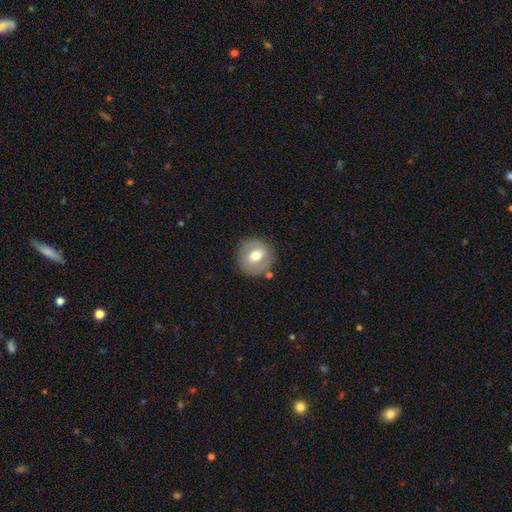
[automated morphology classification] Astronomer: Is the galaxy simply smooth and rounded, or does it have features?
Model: smooth — 54% (runner-up: featured or disk, 39%).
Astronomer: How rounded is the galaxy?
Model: round — 88%.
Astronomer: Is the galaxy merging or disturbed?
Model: none — 82%.